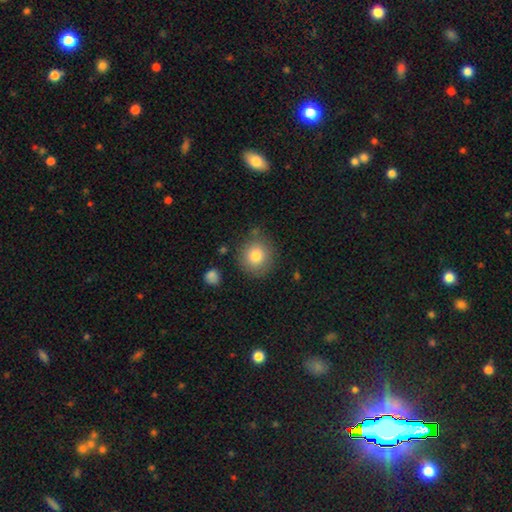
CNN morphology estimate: The model was most divided on "merging": none: 82%, minor disturbance: 12%, major disturbance: 3%, merger: 3%. More confident: how rounded — round (89%); smooth or featured — smooth (81%).